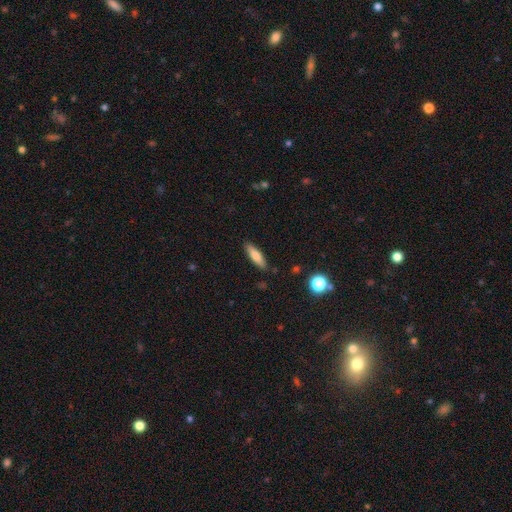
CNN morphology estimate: The model was most divided on "how rounded": cigar-shaped: 64%, in between: 34%, round: 2%. More confident: merging — none (86%); smooth or featured — smooth (71%).